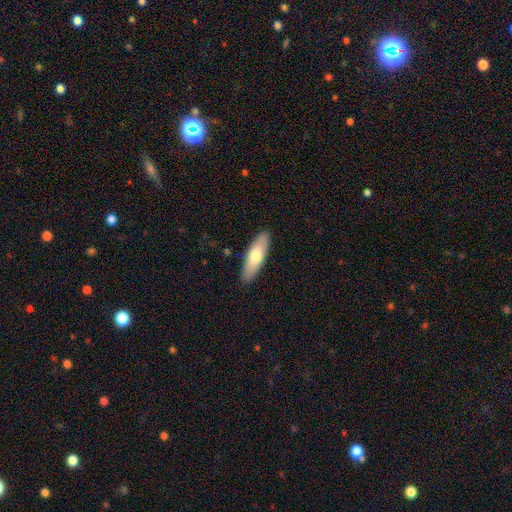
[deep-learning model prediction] Q: Smooth or featured?
A: smooth (69%); runner-up: featured or disk (25%)
Q: How rounded?
A: in between (56%); runner-up: cigar-shaped (42%)
Q: Merging?
A: none (89%); runner-up: minor disturbance (8%)